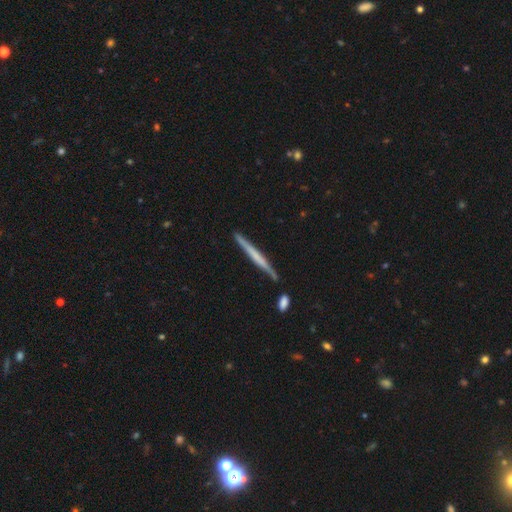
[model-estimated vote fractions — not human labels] Smooth or featured? Predicted: featured or disk (p=0.55). Edge-on disk? Predicted: yes (p=0.97). Edge-on bulge? Predicted: none (p=0.70). Merging? Predicted: none (p=0.83).